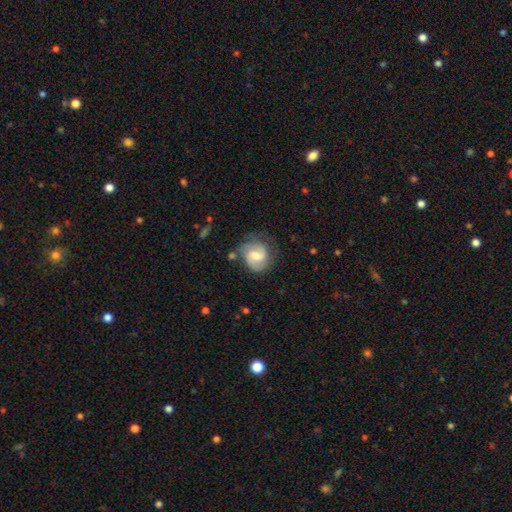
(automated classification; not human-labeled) The model was most divided on "spiral winding": medium: 47%, tight: 29%, loose: 23%. More confident: edge-on disk — no (98%); spiral arms — yes (92%); spiral arm count — 2 (78%); smooth or featured — featured or disk (68%); merging — none (64%); bar — weak (57%); bulge size — moderate (50%).